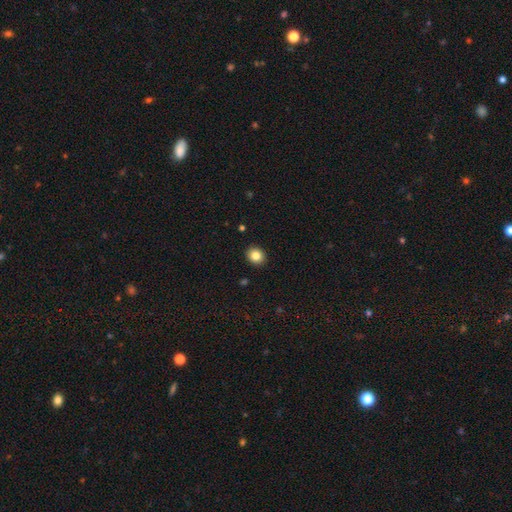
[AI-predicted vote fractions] Smooth or featured: smooth — 84% (star or artifact — 10%)
How rounded: round — 77% (in between — 23%)
Merging: none — 92% (minor disturbance — 5%)